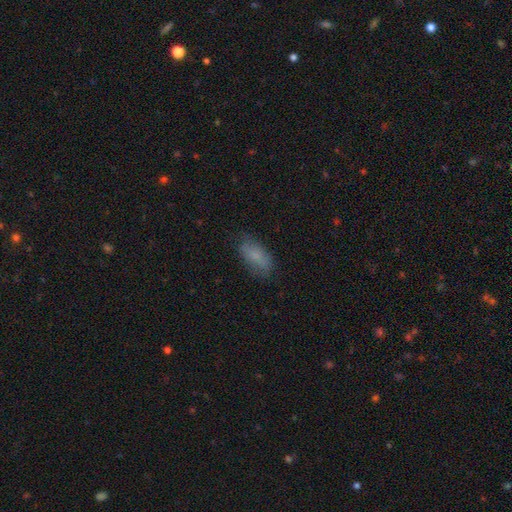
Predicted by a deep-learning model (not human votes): smooth-or-featured: smooth: 78% | featured or disk: 14% | star or artifact: 8%
  how-rounded: in between: 81% | cigar-shaped: 17% | round: 3%
  merging: none: 74% | minor disturbance: 19% | major disturbance: 6% | merger: 1%